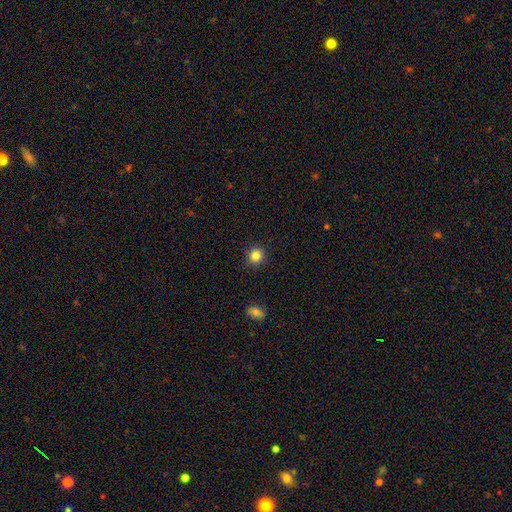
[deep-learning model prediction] Morphology: type=smooth (84%); roundness=round (90%); merging=none (91%).